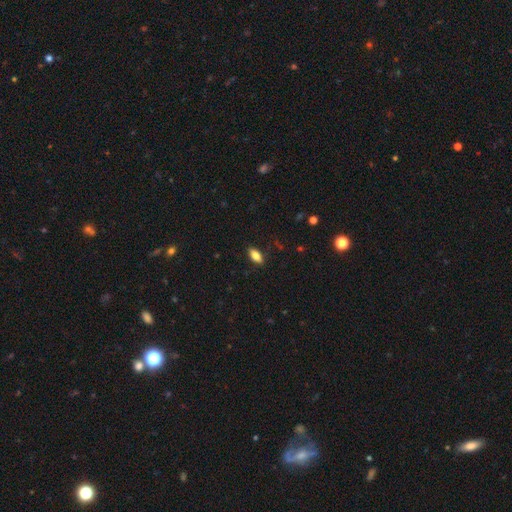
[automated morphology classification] A smooth galaxy with no disk features (79%) that is in between round and cigar-shaped (85%).

Vote fractions:
- Smooth or featured? smooth: 79% / featured or disk: 13% / star or artifact: 8%
- How rounded? in between: 85% / cigar-shaped: 12% / round: 3%
- Merging? none: 87% / minor disturbance: 10% / major disturbance: 2% / merger: 1%